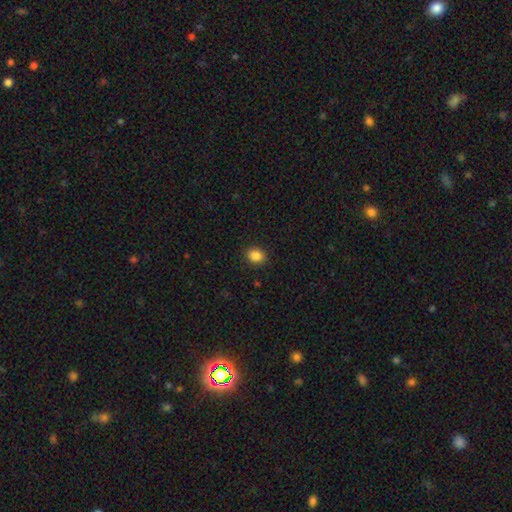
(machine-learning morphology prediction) Smooth or featured?
  - smooth: 86% *
  - star or artifact: 10%
  - featured or disk: 4%
How rounded?
  - round: 58% *
  - in between: 41%
  - cigar-shaped: 1%
Merging?
  - none: 90% *
  - minor disturbance: 7%
  - major disturbance: 2%
  - merger: 1%